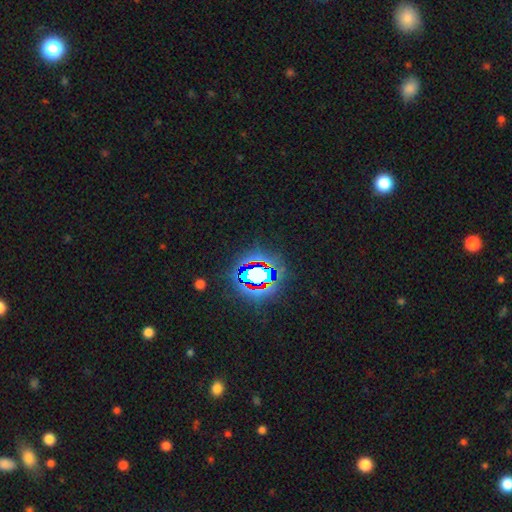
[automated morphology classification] Smooth or featured: star or artifact — 81% (smooth — 11%)